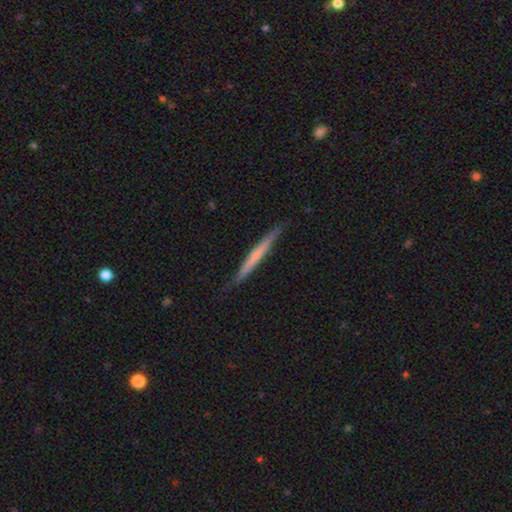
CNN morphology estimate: Smooth or featured: smooth — 49% (featured or disk — 46%)
Merging: none — 88% (minor disturbance — 9%)